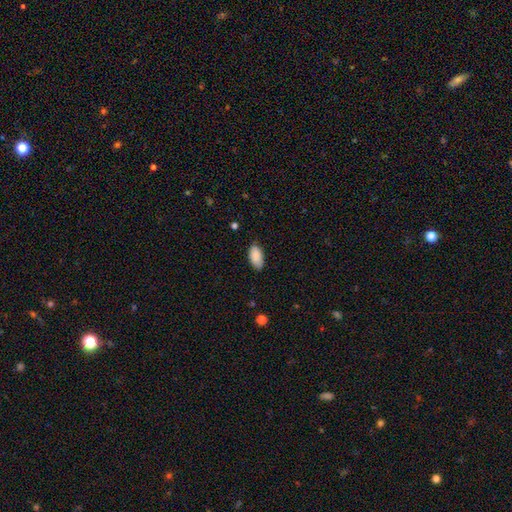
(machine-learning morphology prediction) A smooth galaxy with no disk features (89%) that is in between round and cigar-shaped (94%). Merging: none (81%).